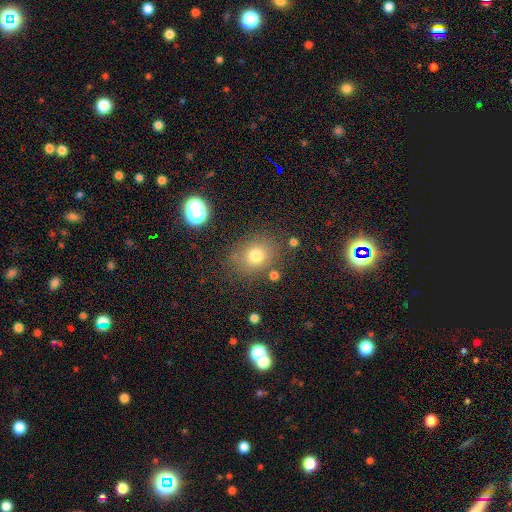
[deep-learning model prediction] Smooth or featured? smooth (76%)
How rounded? round (60%)
Merging? none (78%)